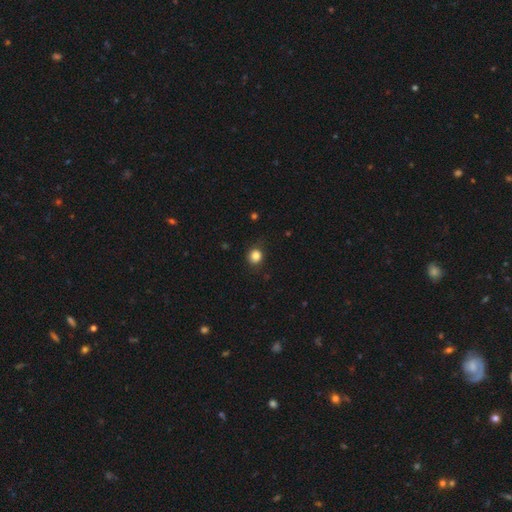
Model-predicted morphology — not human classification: Overall: smooth (84%). How rounded: round (84%). Merging: none (84%).